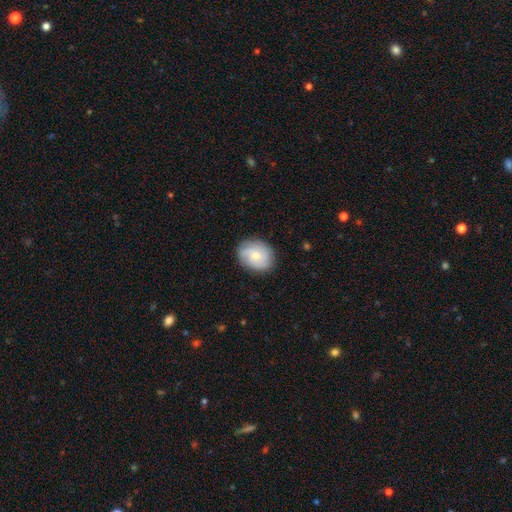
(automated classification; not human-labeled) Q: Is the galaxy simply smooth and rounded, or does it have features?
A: smooth — 49%.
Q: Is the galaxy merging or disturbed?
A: none — 80%.